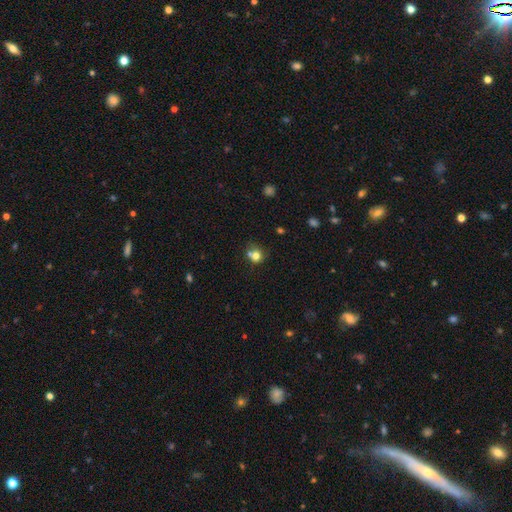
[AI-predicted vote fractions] Smooth or featured? Predicted: smooth (p=0.75). How rounded? Predicted: round (p=0.79). Merging? Predicted: none (p=0.47).